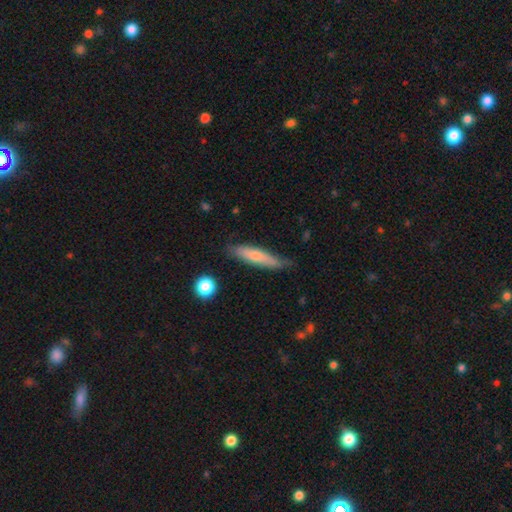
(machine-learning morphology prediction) Q: Smooth or featured?
A: smooth (60%); runner-up: featured or disk (33%)
Q: How rounded?
A: cigar-shaped (81%); runner-up: in between (17%)
Q: Merging?
A: none (70%); runner-up: minor disturbance (24%)